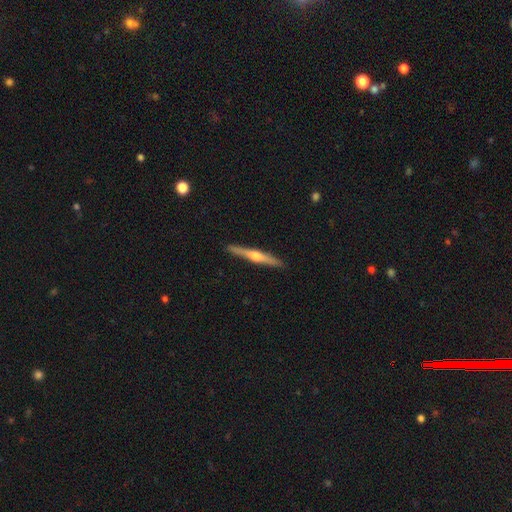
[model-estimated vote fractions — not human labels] A featured or disk galaxy (69%) viewed edge-on (98%) with a rounded central bulge (90%). Merging: none (92%).